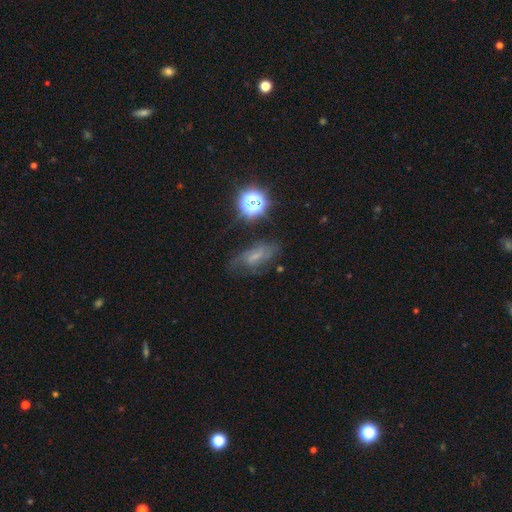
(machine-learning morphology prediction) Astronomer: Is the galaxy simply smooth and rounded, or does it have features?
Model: featured or disk — 46% (runner-up: smooth, 32%).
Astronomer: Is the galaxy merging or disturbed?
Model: none — 57%.